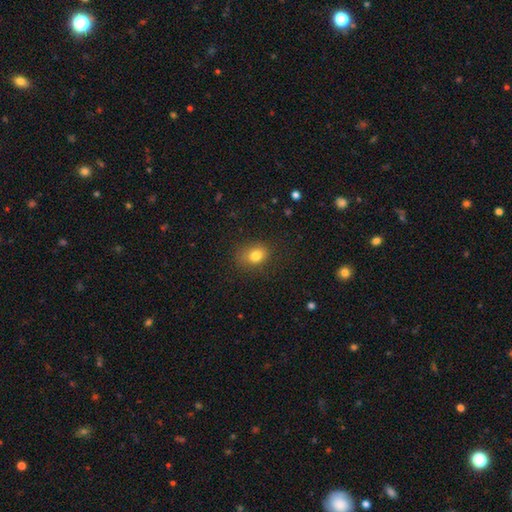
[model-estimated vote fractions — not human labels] smooth 80%, star or artifact 11%, featured or disk 9%. Down the decision tree: how rounded — in between (59%); merging — none (77%).